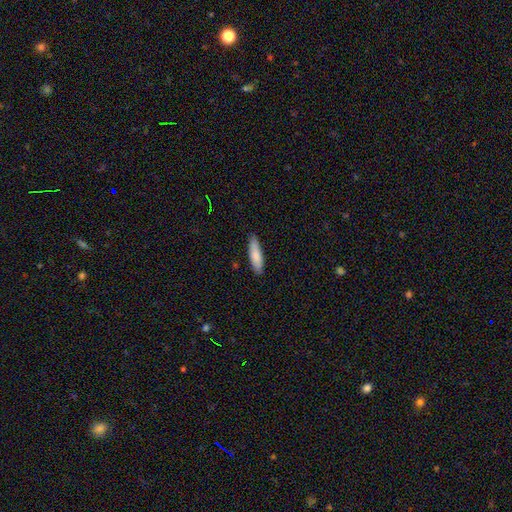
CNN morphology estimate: Smooth or featured?
  - smooth: 84% *
  - featured or disk: 11%
  - star or artifact: 5%
How rounded?
  - cigar-shaped: 60% *
  - in between: 39%
  - round: 1%
Merging?
  - none: 86% *
  - minor disturbance: 11%
  - major disturbance: 2%
  - merger: 1%